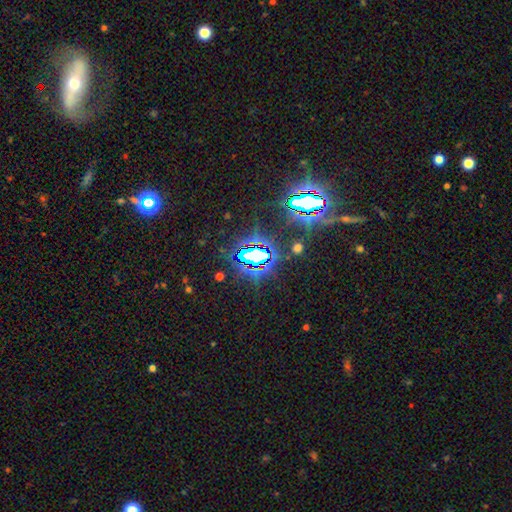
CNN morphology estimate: This appears to be a star or artifact, not a galaxy (73%).